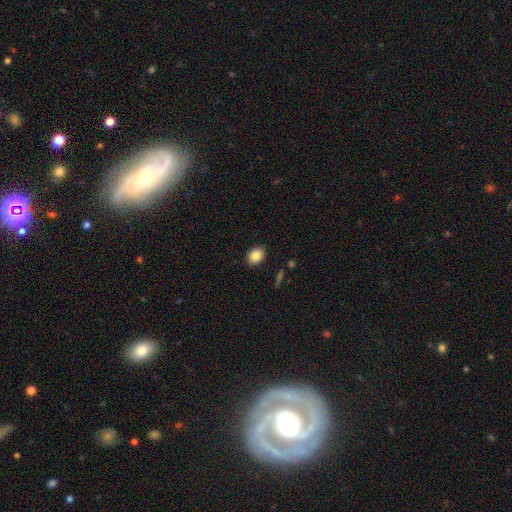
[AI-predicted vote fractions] Smooth or featured? Predicted: smooth (p=0.86). How rounded? Predicted: in between (p=0.63). Merging? Predicted: none (p=0.88).